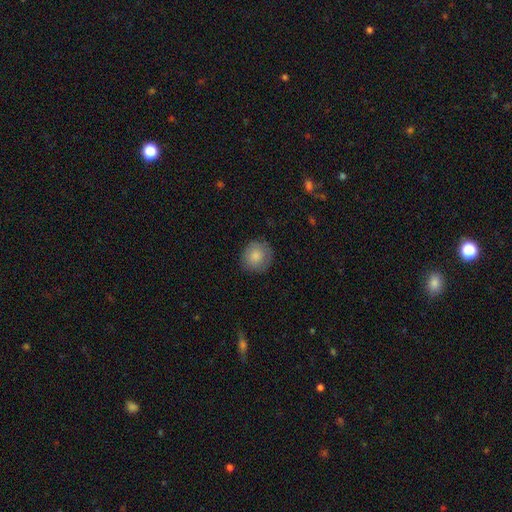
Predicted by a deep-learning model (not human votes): Smooth or featured? smooth (82%)
How rounded? round (90%)
Merging? none (82%)